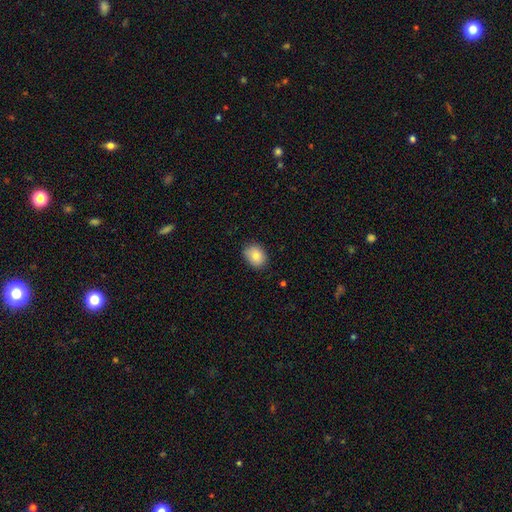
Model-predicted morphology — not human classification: Smooth or featured: smooth — 85% (star or artifact — 8%)
How rounded: in between — 61% (round — 38%)
Merging: none — 82% (minor disturbance — 15%)